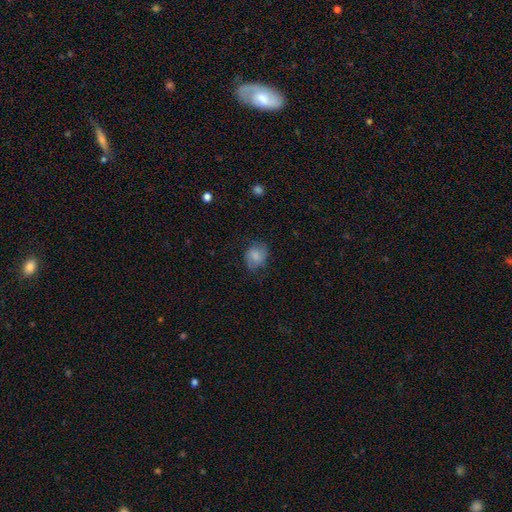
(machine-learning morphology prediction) Smooth or featured?
  - smooth: 73% *
  - featured or disk: 19%
  - star or artifact: 8%
How rounded?
  - round: 63% *
  - in between: 36%
  - cigar-shaped: 1%
Merging?
  - none: 67% *
  - minor disturbance: 23%
  - major disturbance: 9%
  - merger: 1%